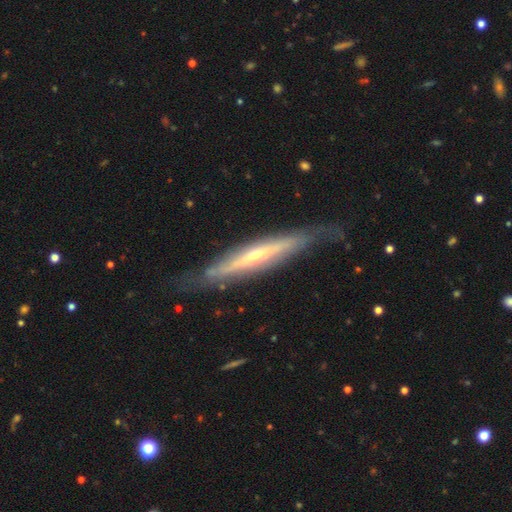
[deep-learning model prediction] This appears to be a featured or disk galaxy (78%) viewed edge-on (78%) with a rounded central bulge (65%). Merging: none (71%).